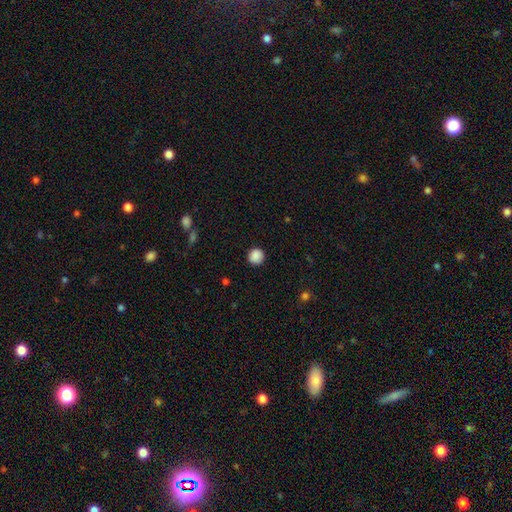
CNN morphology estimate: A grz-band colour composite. It shows a smooth galaxy with no disk features (88%) that is round (94%). Merging: none (90%).